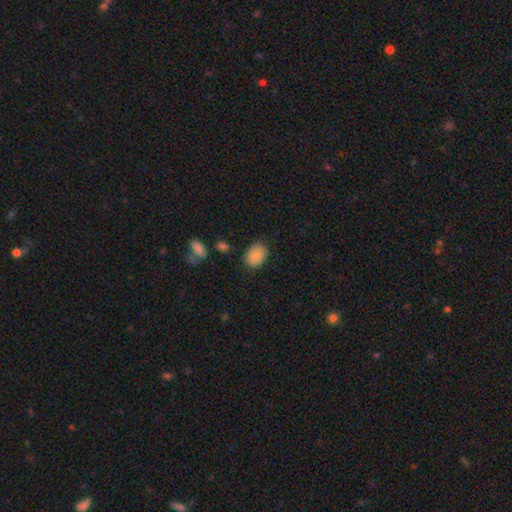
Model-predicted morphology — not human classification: smooth_or_featured: smooth (p=0.85) [alt: star or artifact p=0.08]
how_rounded: in between (p=0.69) [alt: round p=0.30]
merging: none (p=0.80) [alt: minor disturbance p=0.14]